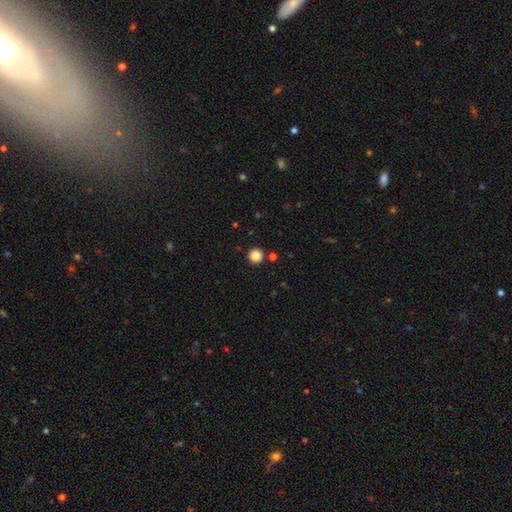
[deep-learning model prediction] smooth-or-featured: smooth: 86% | star or artifact: 11% | featured or disk: 3%
  how-rounded: round: 96% | in between: 3% | cigar-shaped: 1%
  merging: none: 91% | minor disturbance: 5% | merger: 3% | major disturbance: 2%